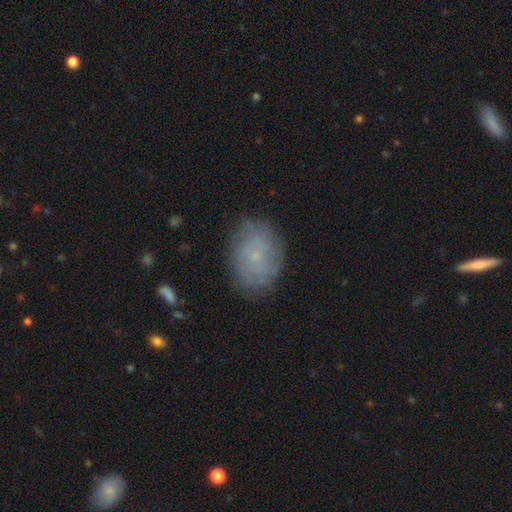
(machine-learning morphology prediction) smooth-or-featured: smooth: 46% | featured or disk: 42% | star or artifact: 12%
  merging: none: 80% | minor disturbance: 14% | major disturbance: 4% | merger: 1%